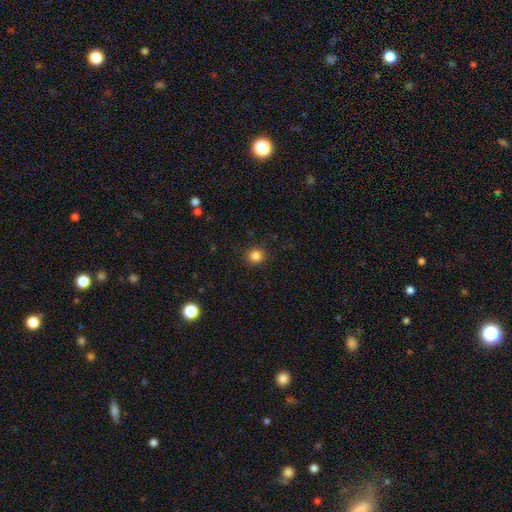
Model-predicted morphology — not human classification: smooth_or_featured: smooth (p=0.85) [alt: star or artifact p=0.12]
how_rounded: round (p=0.88) [alt: in between p=0.11]
merging: none (p=0.90) [alt: minor disturbance p=0.07]